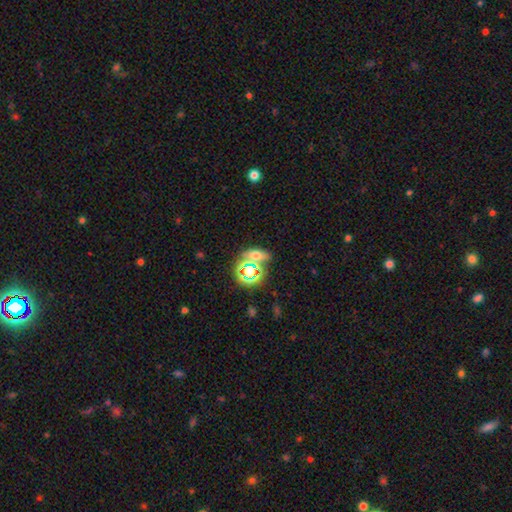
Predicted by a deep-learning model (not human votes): Smooth or featured?
  - smooth: 49% *
  - star or artifact: 35%
  - featured or disk: 15%
Merging?
  - none: 64% *
  - merger: 18%
  - minor disturbance: 12%
  - major disturbance: 6%